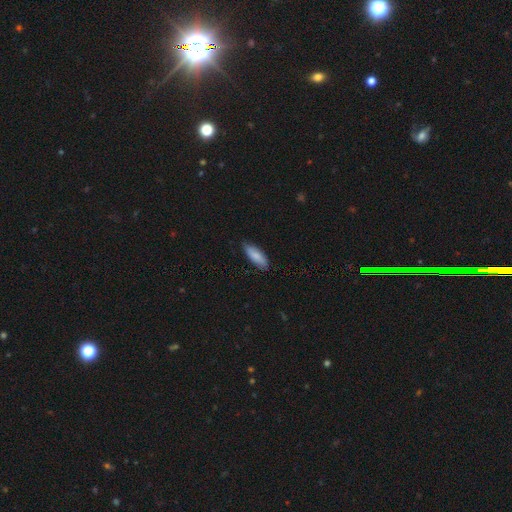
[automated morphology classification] A smooth galaxy with no disk features (86%) that is in between round and cigar-shaped (65%).

Vote fractions:
- Smooth or featured? smooth: 86% / featured or disk: 9% / star or artifact: 5%
- How rounded? in between: 65% / cigar-shaped: 33% / round: 2%
- Merging? none: 84% / minor disturbance: 13% / major disturbance: 2% / merger: 1%